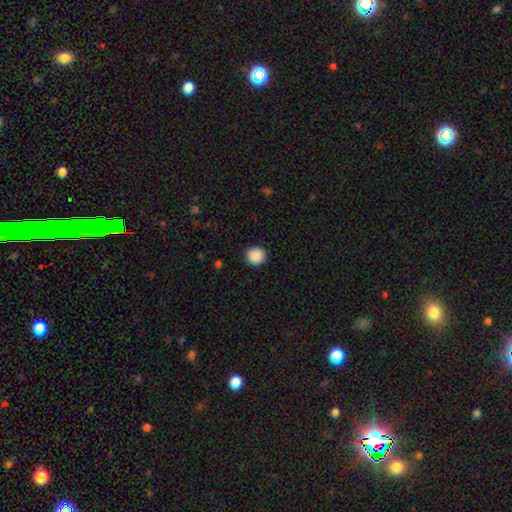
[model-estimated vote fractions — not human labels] Morphology: type=smooth (89%); roundness=round (94%); merging=none (92%).